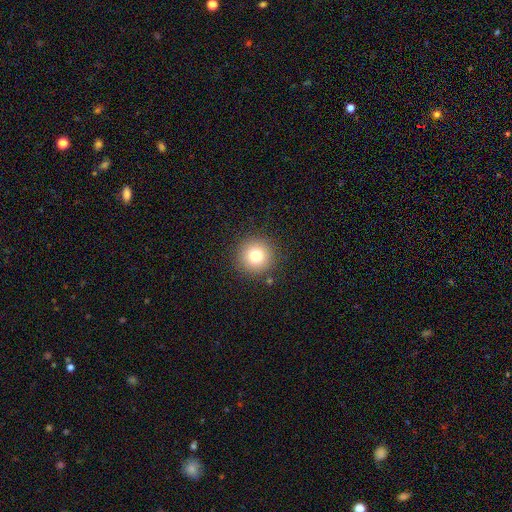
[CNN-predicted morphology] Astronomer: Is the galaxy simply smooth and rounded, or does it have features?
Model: smooth — 77%.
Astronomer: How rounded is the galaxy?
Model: round — 96%.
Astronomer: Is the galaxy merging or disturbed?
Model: none — 89%.